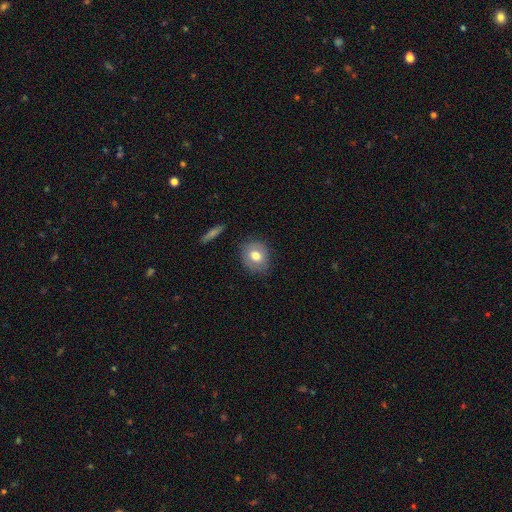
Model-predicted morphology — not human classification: This appears to be a smooth galaxy with no disk features (75%) that is round (70%). Merging: none (81%).